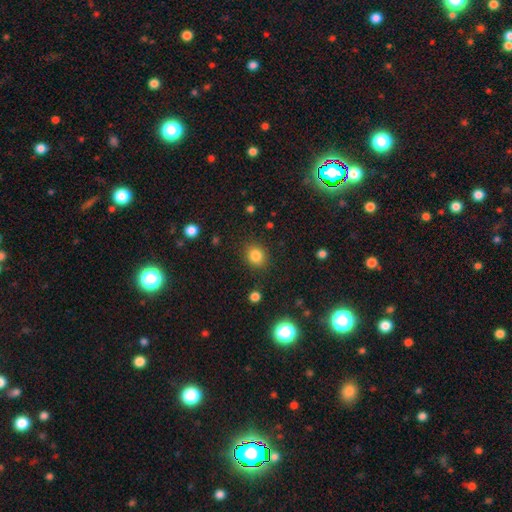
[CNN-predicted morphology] Overall: smooth (83%). How rounded: round (77%). Merging: none (88%).